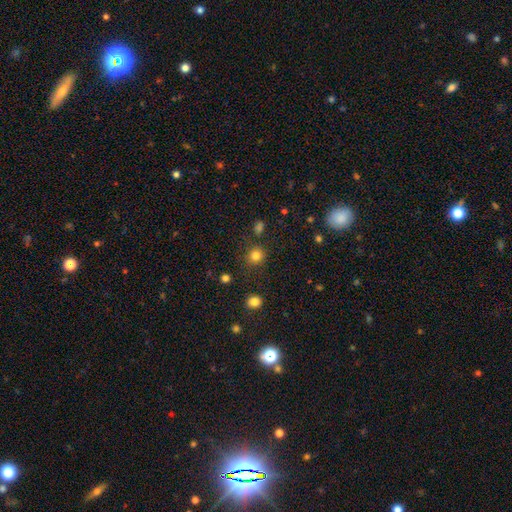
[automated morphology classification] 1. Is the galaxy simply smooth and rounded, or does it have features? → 81% smooth, 14% star or artifact, 5% featured or disk.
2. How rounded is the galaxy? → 89% round, 10% in between, 1% cigar-shaped.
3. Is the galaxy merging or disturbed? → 85% none, 9% minor disturbance, 3% major disturbance, 3% merger.